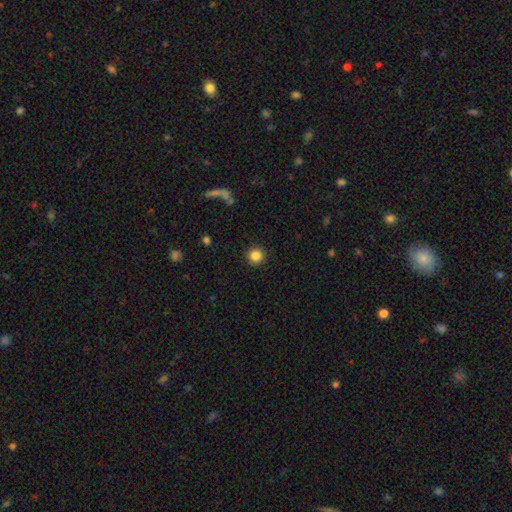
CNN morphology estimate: Overall: smooth (85%). How rounded: round (95%). Merging: none (92%).